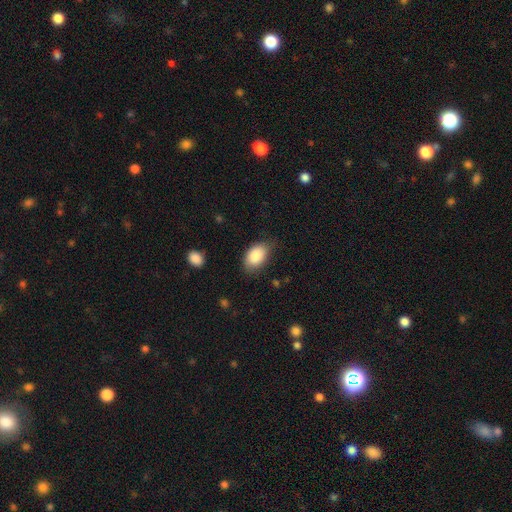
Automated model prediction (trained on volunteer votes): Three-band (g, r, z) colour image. It shows a smooth galaxy with no disk features (87%) that is in between round and cigar-shaped (90%). Merging: none (68%).